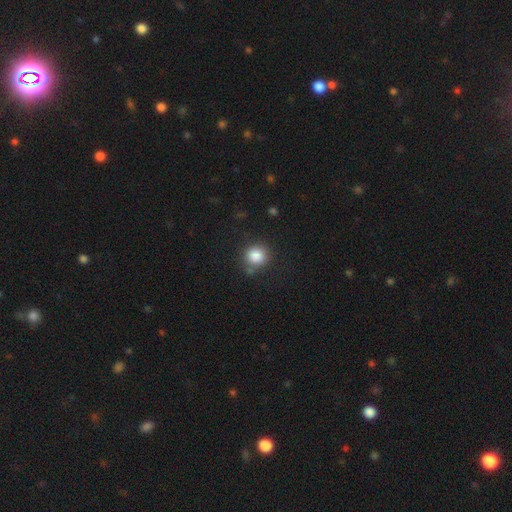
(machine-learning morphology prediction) This is clearly a smooth galaxy (85%). How rounded: clearly round (87%). Merging: likely none (77%).